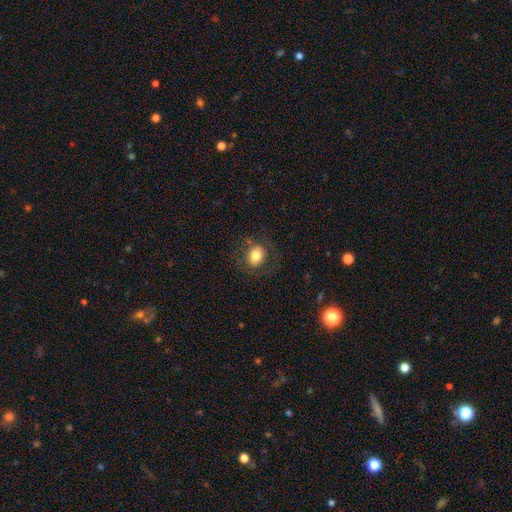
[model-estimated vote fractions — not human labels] The model was most divided on "how rounded": round: 54%, in between: 45%, cigar-shaped: 1%. More confident: merging — none (80%); smooth or featured — smooth (78%).